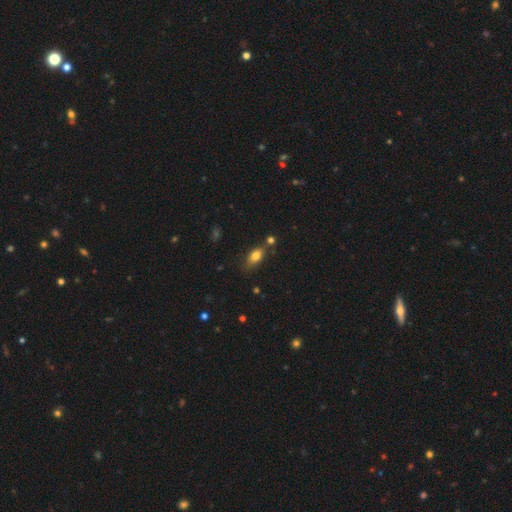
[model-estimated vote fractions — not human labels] A smooth galaxy with no disk features (79%) that is in between round and cigar-shaped (84%).

Vote fractions:
- Smooth or featured? smooth: 79% / featured or disk: 12% / star or artifact: 9%
- How rounded? in between: 84% / cigar-shaped: 9% / round: 7%
- Merging? none: 65% / minor disturbance: 18% / merger: 12% / major disturbance: 5%